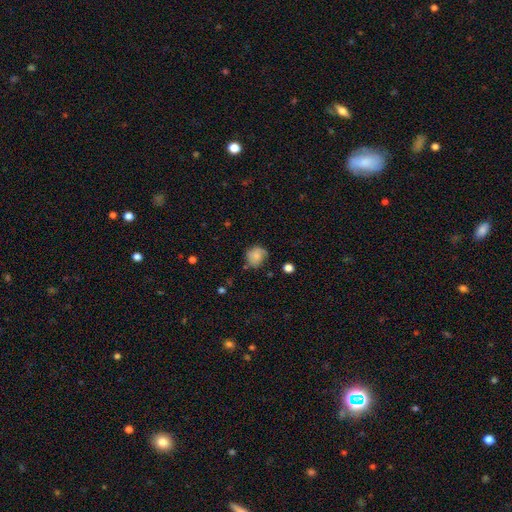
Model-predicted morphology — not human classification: Smooth or featured? smooth (74%)
How rounded? round (74%)
Merging? none (60%)